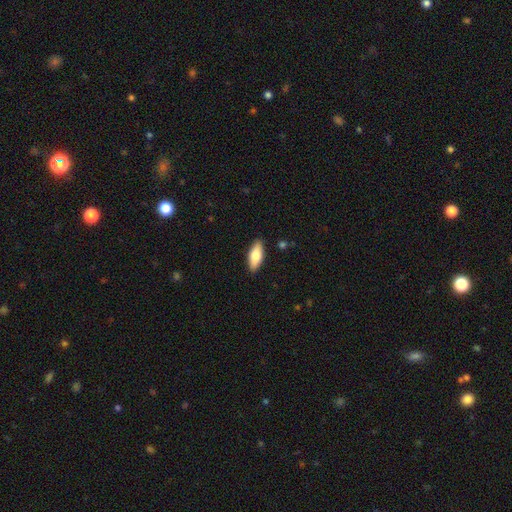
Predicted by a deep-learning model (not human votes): Q: Smooth or featured?
A: smooth (74%); runner-up: featured or disk (20%)
Q: How rounded?
A: in between (78%); runner-up: cigar-shaped (20%)
Q: Merging?
A: none (89%); runner-up: minor disturbance (9%)